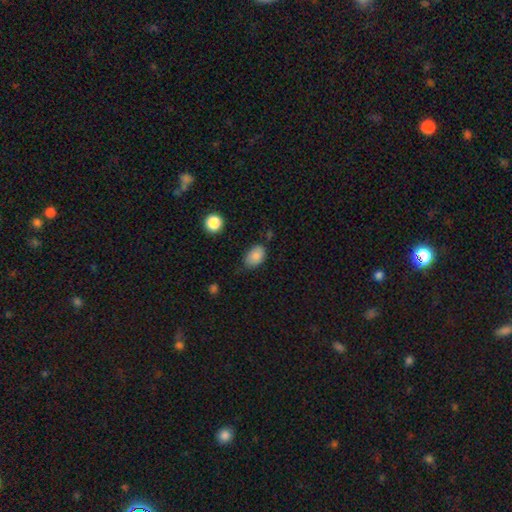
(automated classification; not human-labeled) Morphology: type=smooth (85%); roundness=in between (87%); merging=none (66%).